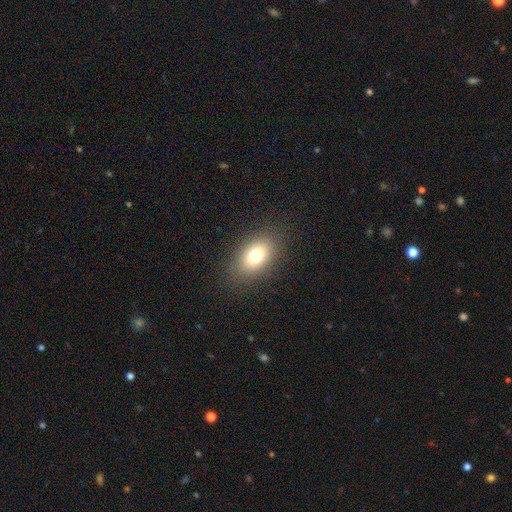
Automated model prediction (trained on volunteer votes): smooth-or-featured: smooth: 76% | featured or disk: 13% | star or artifact: 11%
  how-rounded: in between: 84% | round: 14% | cigar-shaped: 2%
  merging: none: 85% | minor disturbance: 10% | major disturbance: 4% | merger: 1%